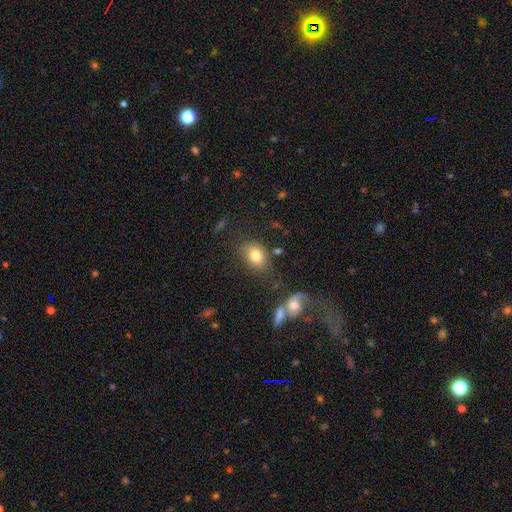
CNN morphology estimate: Overall: smooth (79%). How rounded: in between (69%; round 30%). Merging: none (70%).